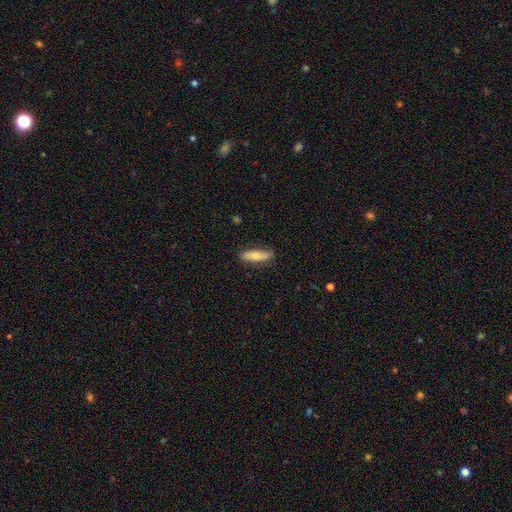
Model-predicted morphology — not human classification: This is likely a smooth galaxy (63%). How rounded: possibly cigar-shaped (57%). Merging: clearly none (82%).